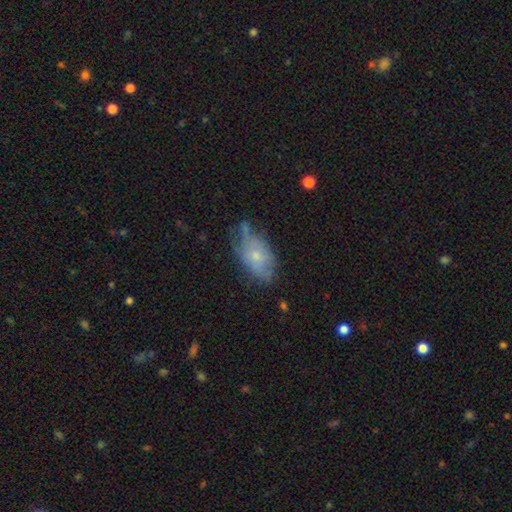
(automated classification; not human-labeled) Q: Smooth or featured?
A: smooth (53%); runner-up: featured or disk (38%)
Q: How rounded?
A: in between (90%); runner-up: round (6%)
Q: Merging?
A: none (49%); runner-up: minor disturbance (35%)